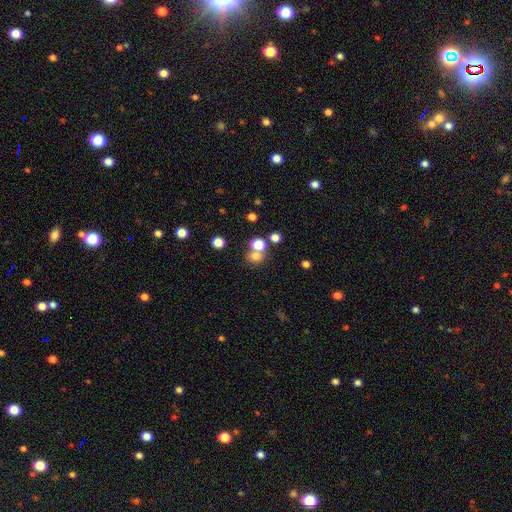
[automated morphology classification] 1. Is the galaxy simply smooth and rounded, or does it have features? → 72% smooth, 17% star or artifact, 10% featured or disk.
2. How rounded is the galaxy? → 63% round, 36% in between, 1% cigar-shaped.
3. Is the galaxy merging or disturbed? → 48% none, 39% merger, 8% minor disturbance, 4% major disturbance.